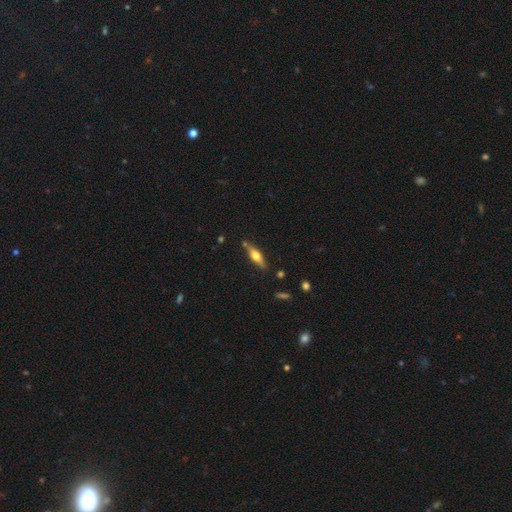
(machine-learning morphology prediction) Smooth or featured: featured or disk — 54% (smooth — 40%)
Edge-on disk: yes — 92% (no — 8%)
Merging: none — 80% (minor disturbance — 13%)